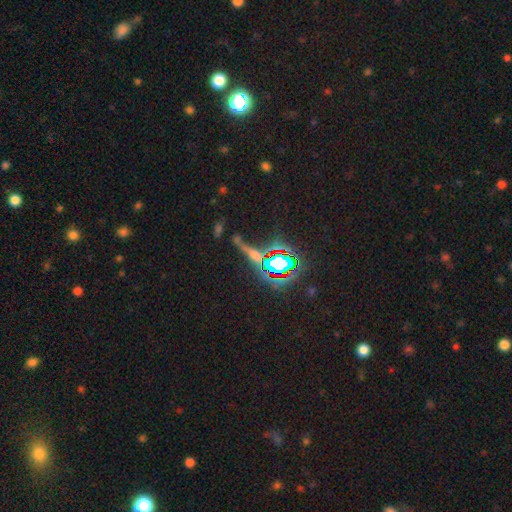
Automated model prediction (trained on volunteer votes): This is possibly a star or artifact rather than a galaxy (58%).